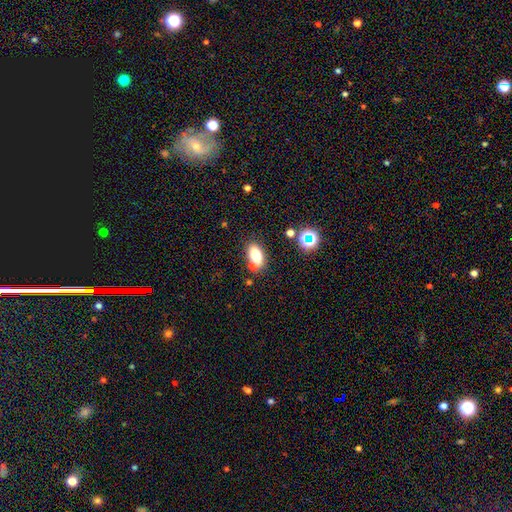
Q: Smooth or featured?
A: smooth (87%); runner-up: star or artifact (11%)
Q: How rounded?
A: in between (85%); runner-up: round (9%)
Q: Merging?
A: none (79%); runner-up: merger (12%)